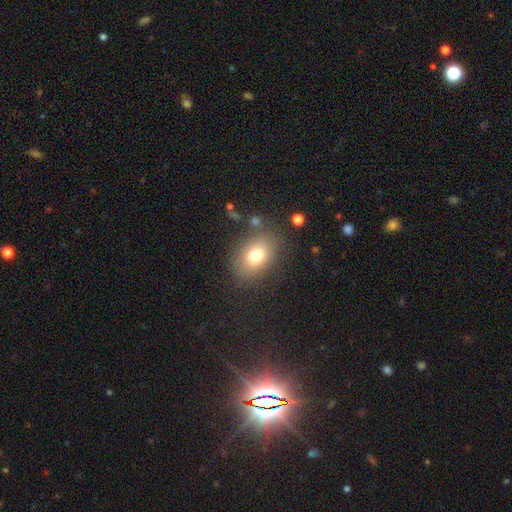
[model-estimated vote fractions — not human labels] Smooth or featured? smooth (77%)
How rounded? in between (72%)
Merging? none (80%)